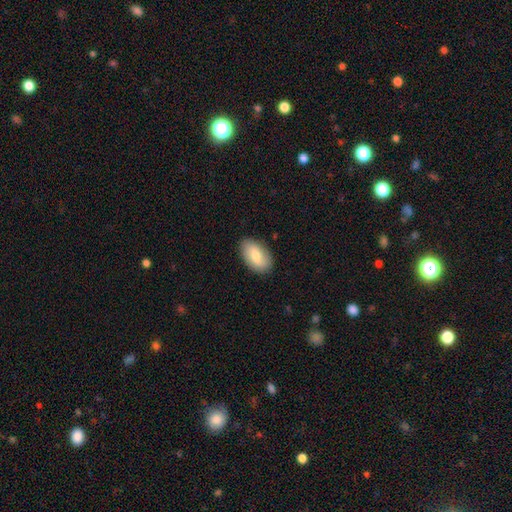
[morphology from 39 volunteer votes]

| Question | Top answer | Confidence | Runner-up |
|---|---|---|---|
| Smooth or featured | smooth | 74% | featured or disk (26%) |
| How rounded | in between | 97% | round (3%) |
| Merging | none | 90% | minor disturbance (8%) |